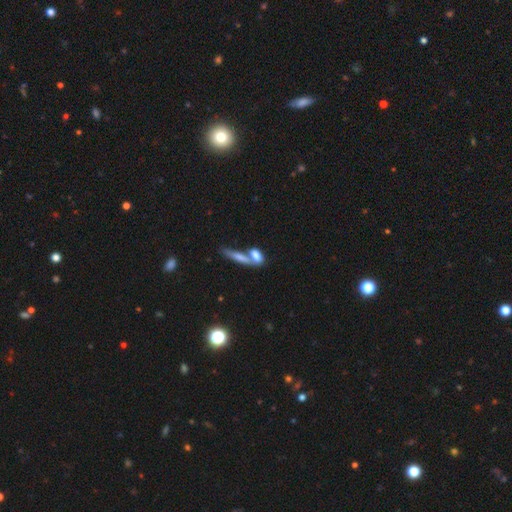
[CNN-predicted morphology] This is likely a smooth galaxy (74%). How rounded: possibly in between (57%). Merging: marginally merger (44%).